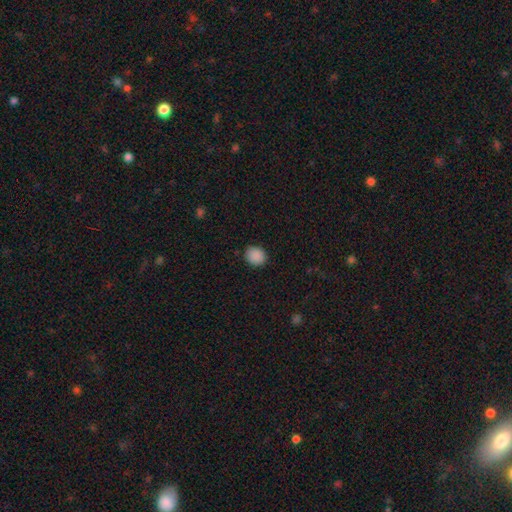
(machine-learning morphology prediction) This is clearly a smooth galaxy (89%). How rounded: likely round (70%). Merging: clearly none (87%).